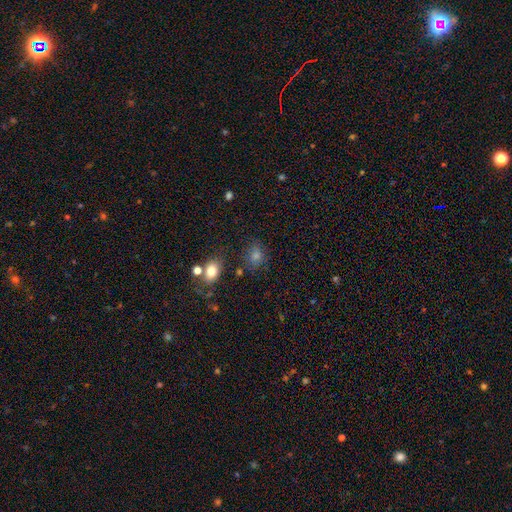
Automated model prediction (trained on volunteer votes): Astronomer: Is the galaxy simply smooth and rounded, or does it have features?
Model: smooth — 69%.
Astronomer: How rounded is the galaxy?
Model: round — 51% (runner-up: in between, 47%).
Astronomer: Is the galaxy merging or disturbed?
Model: none — 72%.